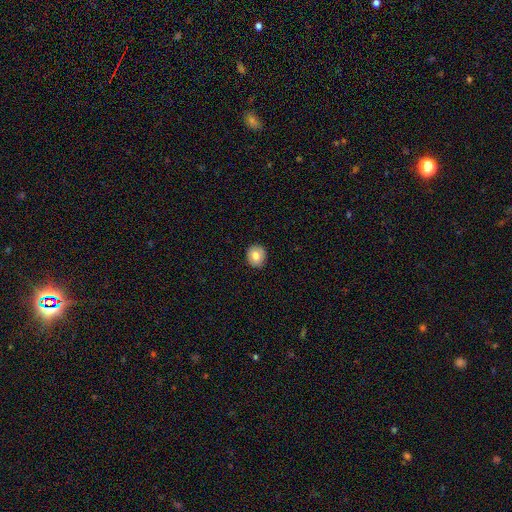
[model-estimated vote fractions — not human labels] A smooth galaxy with no disk features (78%) that is round (87%).

Vote fractions:
- Smooth or featured? smooth: 78% / featured or disk: 13% / star or artifact: 8%
- How rounded? round: 87% / in between: 12% / cigar-shaped: 1%
- Merging? none: 91% / minor disturbance: 6% / major disturbance: 2% / merger: 1%